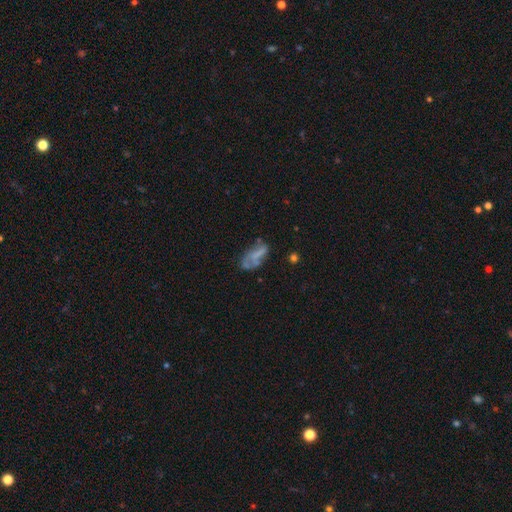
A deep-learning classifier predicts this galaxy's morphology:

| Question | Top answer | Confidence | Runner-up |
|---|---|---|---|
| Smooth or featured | featured or disk | 45% | smooth (42%) |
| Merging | none | 38% | major disturbance (28%) |